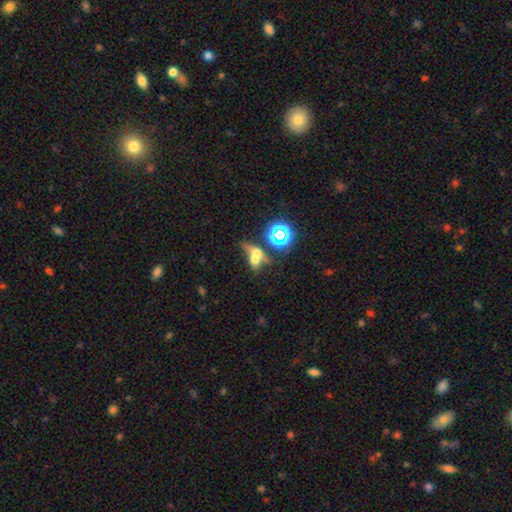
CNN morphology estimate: A smooth galaxy with no disk features (49%). Merging: merger (58%).